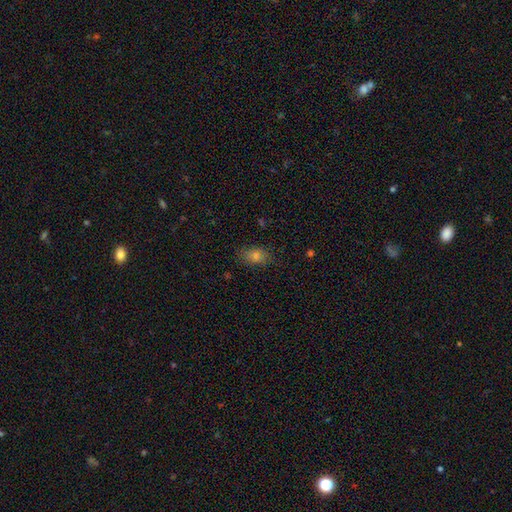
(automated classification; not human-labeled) This is likely a smooth galaxy (71%). How rounded: likely in between (75%). Merging: likely none (79%).